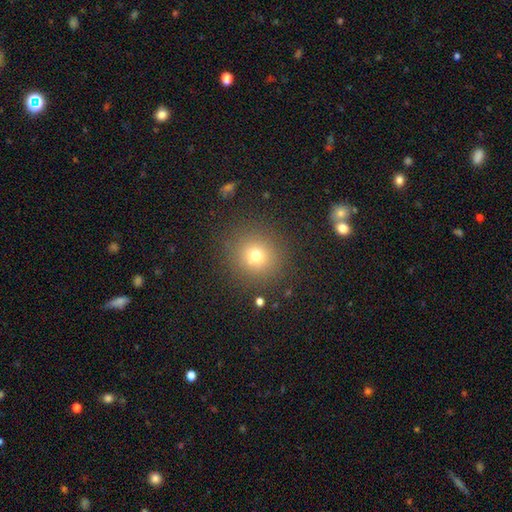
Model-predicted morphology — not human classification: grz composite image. It shows a smooth galaxy with no disk features (71%) that is round (91%). Merging: none (86%).